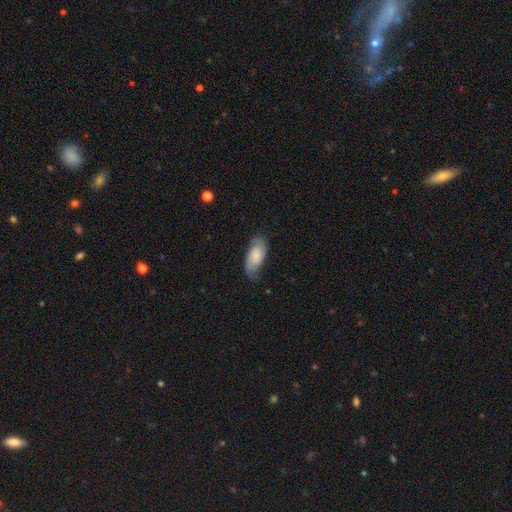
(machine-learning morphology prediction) A smooth galaxy with no disk features (54%) that is in between round and cigar-shaped (90%).

Vote fractions:
- Smooth or featured? smooth: 54% / featured or disk: 38% / star or artifact: 7%
- How rounded? in between: 90% / cigar-shaped: 7% / round: 3%
- Merging? none: 63% / minor disturbance: 26% / major disturbance: 9% / merger: 1%